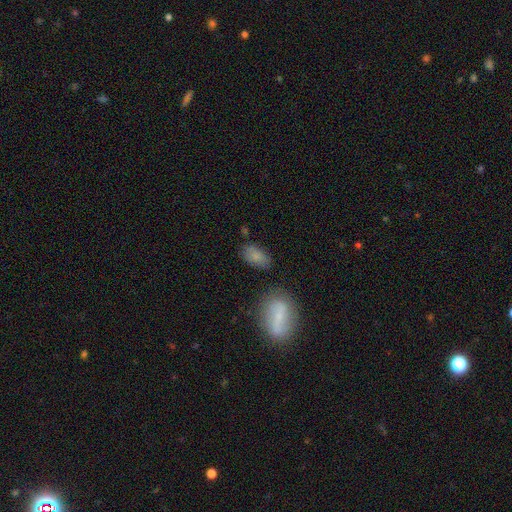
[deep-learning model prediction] Smooth or featured? smooth (80%)
How rounded? in between (92%)
Merging? none (70%)